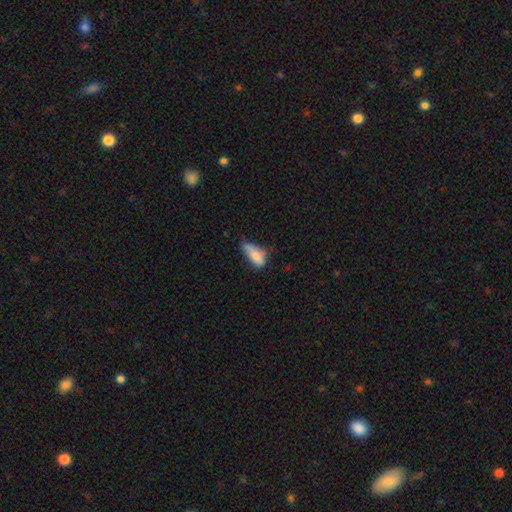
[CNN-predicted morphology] type=smooth (79%); roundness=in between (76%); merging=minor disturbance (44%).